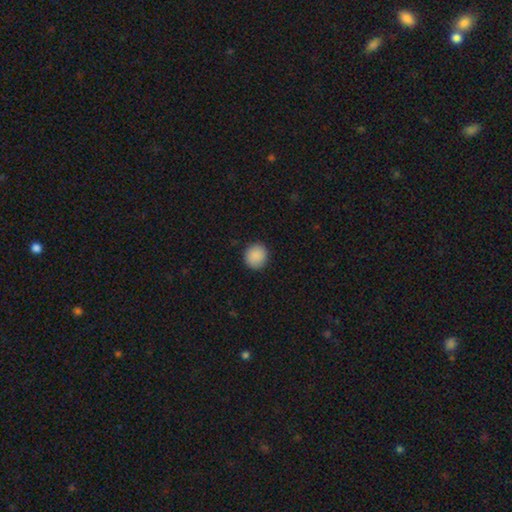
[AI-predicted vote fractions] A smooth galaxy with no disk features (89%) that is round (90%).

Vote fractions:
- Smooth or featured? smooth: 89% / star or artifact: 8% / featured or disk: 3%
- How rounded? round: 90% / in between: 9% / cigar-shaped: 1%
- Merging? none: 90% / minor disturbance: 7% / major disturbance: 2% / merger: 1%